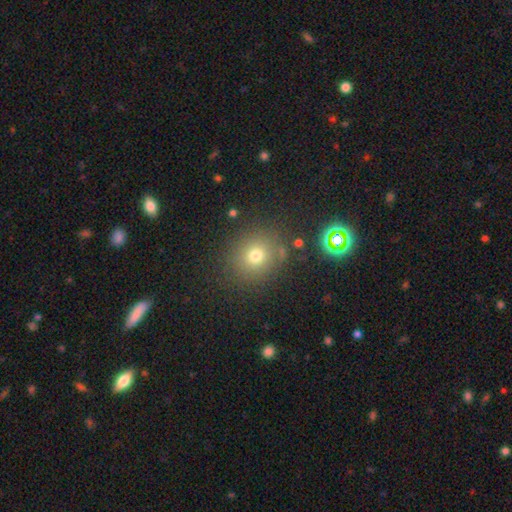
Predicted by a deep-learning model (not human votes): Smooth or featured? smooth (71%)
How rounded? round (84%)
Merging? none (83%)